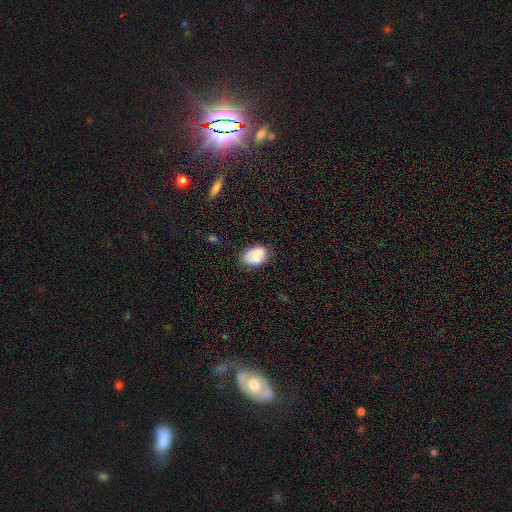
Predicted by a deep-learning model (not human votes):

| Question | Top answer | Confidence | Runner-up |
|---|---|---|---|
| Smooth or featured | smooth | 78% | featured or disk (14%) |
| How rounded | in between | 81% | round (18%) |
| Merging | none | 67% | minor disturbance (25%) |